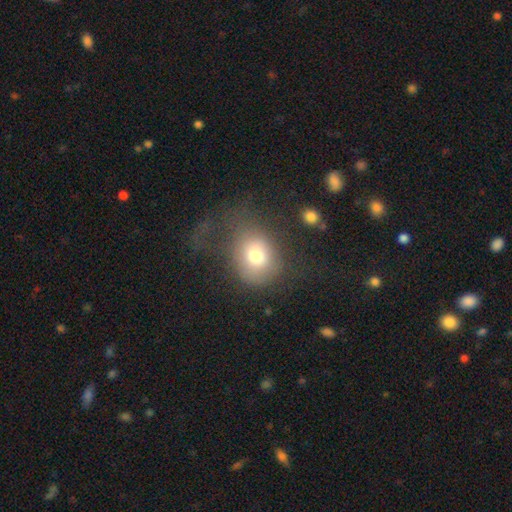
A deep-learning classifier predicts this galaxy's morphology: type=smooth (73%); roundness=round (60%); merging=none (38%, tied with major disturbance).